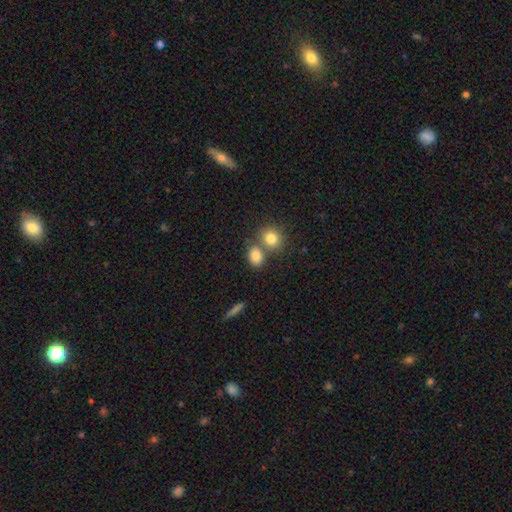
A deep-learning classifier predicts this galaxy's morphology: smooth_or_featured: smooth (p=0.82) [alt: star or artifact p=0.10]
how_rounded: in between (p=0.57) [alt: round p=0.41]
merging: none (p=0.51) [alt: merger p=0.37]